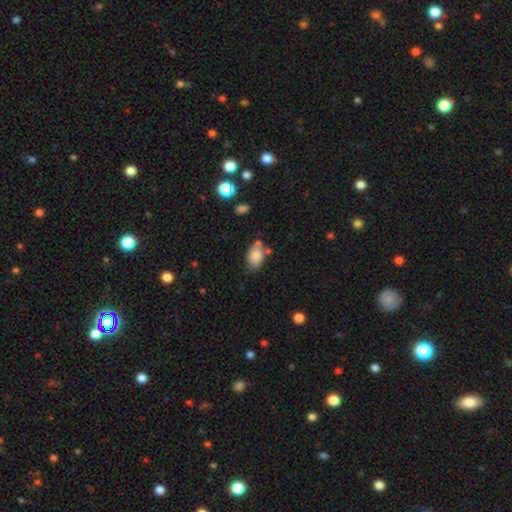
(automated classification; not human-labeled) This is clearly a smooth galaxy (82%). How rounded: clearly in between (87%). Merging: likely none (63%).